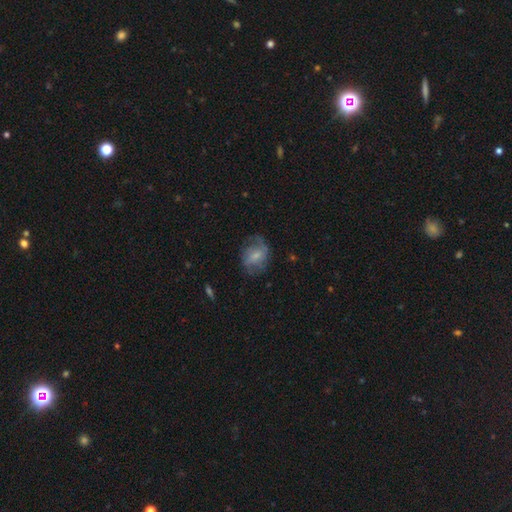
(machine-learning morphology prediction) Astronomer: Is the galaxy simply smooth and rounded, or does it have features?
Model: featured or disk — 51% (runner-up: smooth, 42%).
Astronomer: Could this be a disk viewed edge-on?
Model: no — 97%.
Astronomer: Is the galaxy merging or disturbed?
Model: none — 56%.